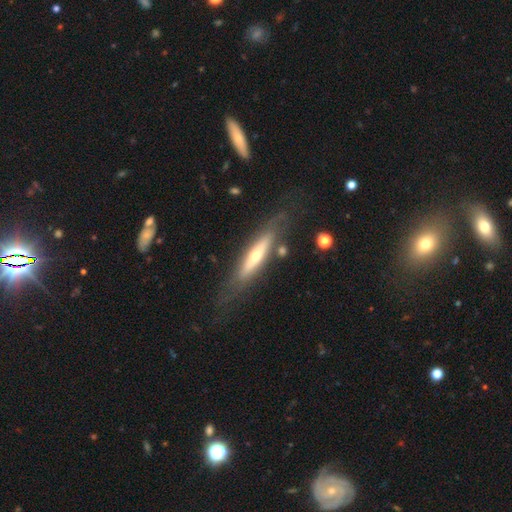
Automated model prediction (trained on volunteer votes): Smooth or featured? Predicted: featured or disk (p=0.61). Edge-on disk? Predicted: yes (p=0.75). Merging? Predicted: none (p=0.69).